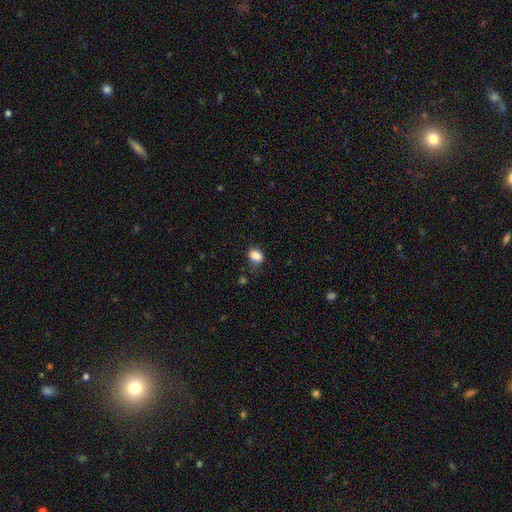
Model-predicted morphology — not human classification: smooth_or_featured: smooth (p=0.86) [alt: star or artifact p=0.10]
how_rounded: in between (p=0.59) [alt: round p=0.40]
merging: none (p=0.72) [alt: minor disturbance p=0.21]